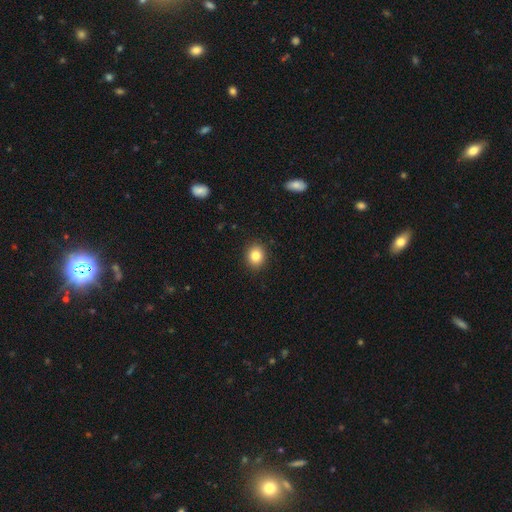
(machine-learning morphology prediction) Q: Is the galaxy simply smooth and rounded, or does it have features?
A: smooth — 83%.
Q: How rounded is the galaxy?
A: round — 72%.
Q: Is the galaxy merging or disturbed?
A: none — 91%.